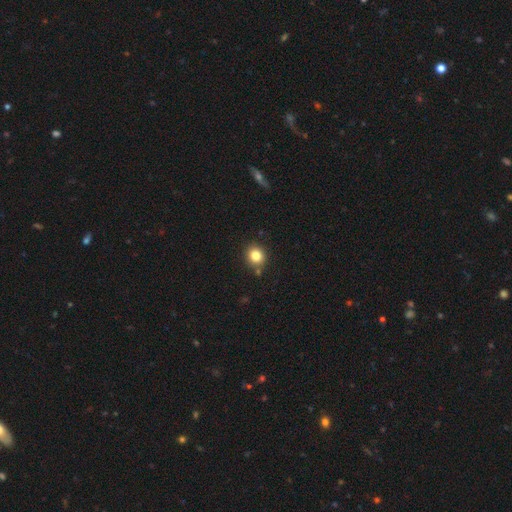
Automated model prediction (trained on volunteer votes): smooth-or-featured: smooth: 83% | star or artifact: 11% | featured or disk: 6%
  how-rounded: round: 82% | in between: 17% | cigar-shaped: 1%
  merging: none: 84% | minor disturbance: 9% | merger: 5% | major disturbance: 2%